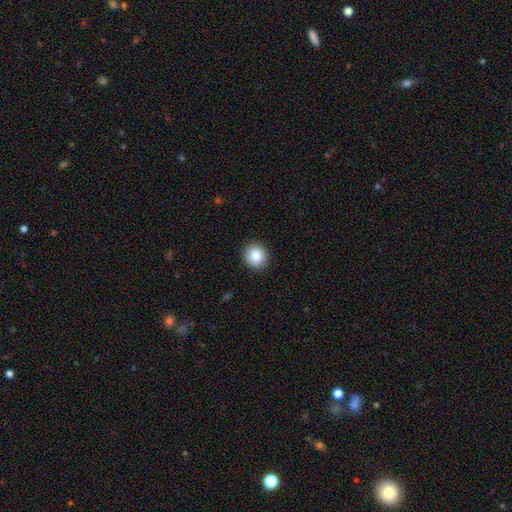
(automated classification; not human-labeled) Smooth or featured?
  - smooth: 87% *
  - star or artifact: 8%
  - featured or disk: 4%
How rounded?
  - round: 87% *
  - in between: 12%
  - cigar-shaped: 1%
Merging?
  - none: 91% *
  - minor disturbance: 6%
  - major disturbance: 2%
  - merger: 1%